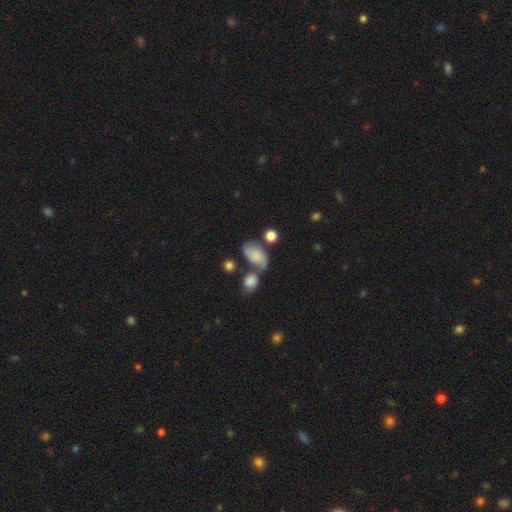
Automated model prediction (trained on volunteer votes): This is possibly a smooth galaxy (49%). Merging: marginally none (40%).